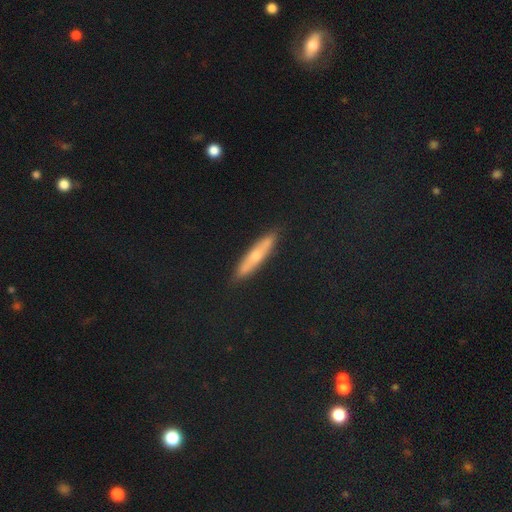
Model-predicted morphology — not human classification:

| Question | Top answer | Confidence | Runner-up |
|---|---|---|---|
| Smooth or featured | smooth | 48% | featured or disk (41%) |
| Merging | none | 89% | minor disturbance (8%) |